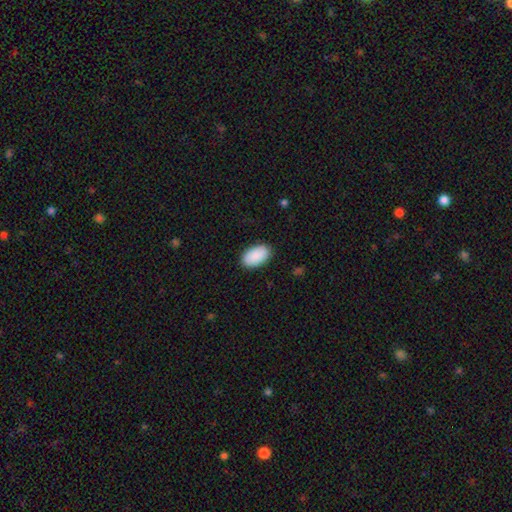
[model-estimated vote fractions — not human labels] A smooth galaxy with no disk features (92%) that is in between round and cigar-shaped (95%).

Vote fractions:
- Smooth or featured? smooth: 92% / star or artifact: 6% / featured or disk: 3%
- How rounded? in between: 95% / round: 3% / cigar-shaped: 1%
- Merging? none: 89% / minor disturbance: 9% / major disturbance: 2% / merger: 1%